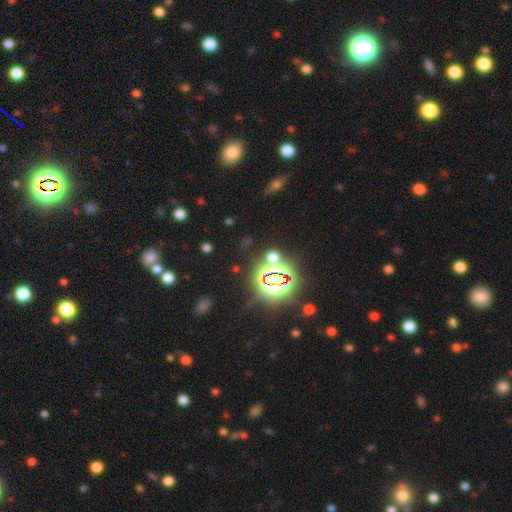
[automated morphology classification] Q: Smooth or featured?
A: star or artifact (79%); runner-up: smooth (13%)